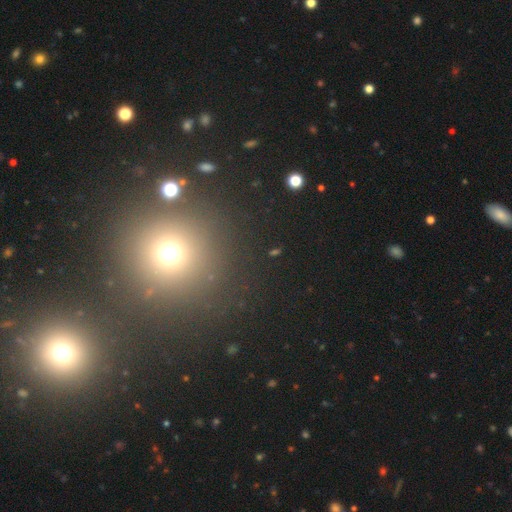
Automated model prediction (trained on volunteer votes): Smooth or featured?
  - smooth: 48% *
  - star or artifact: 43%
  - featured or disk: 9%
Merging?
  - none: 80% *
  - merger: 11%
  - minor disturbance: 6%
  - major disturbance: 3%